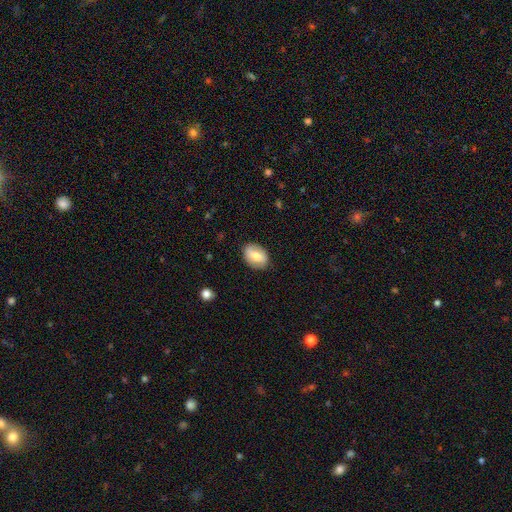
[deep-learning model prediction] This appears to be a smooth galaxy with no disk features (70%) that is in between round and cigar-shaped (79%). Merging: none (85%).